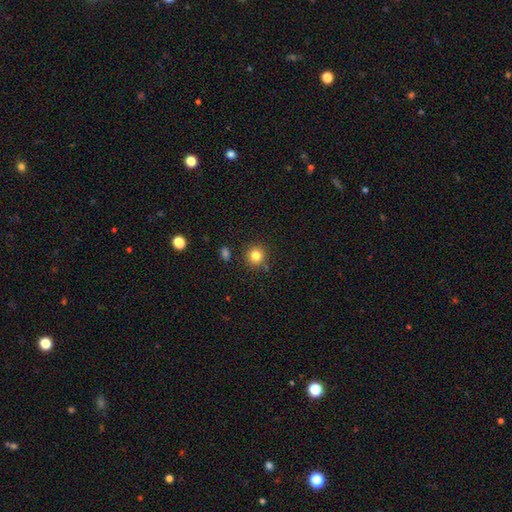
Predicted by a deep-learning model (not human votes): smooth-or-featured: smooth: 82% | star or artifact: 12% | featured or disk: 6%
  how-rounded: round: 93% | in between: 6% | cigar-shaped: 1%
  merging: none: 86% | minor disturbance: 8% | merger: 4% | major disturbance: 2%